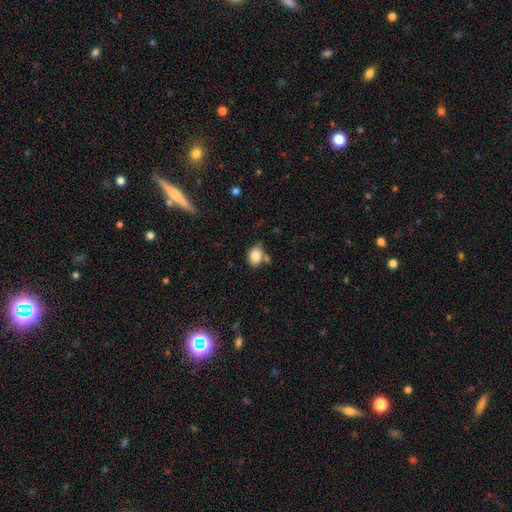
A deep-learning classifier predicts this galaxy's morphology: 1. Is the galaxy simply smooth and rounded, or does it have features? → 83% smooth, 9% star or artifact, 8% featured or disk.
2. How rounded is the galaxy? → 67% in between, 32% round, 1% cigar-shaped.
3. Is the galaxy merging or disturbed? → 56% none, 22% minor disturbance, 16% merger, 6% major disturbance.